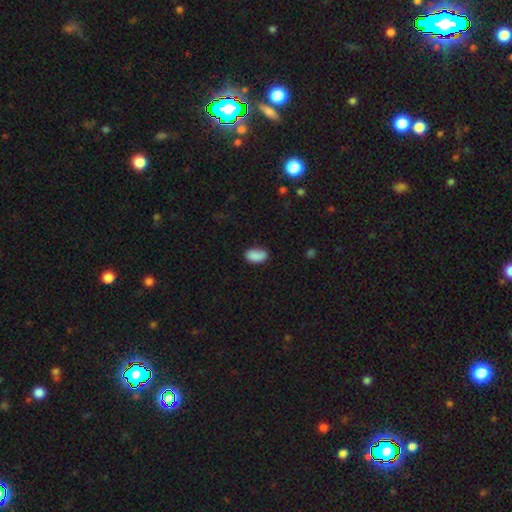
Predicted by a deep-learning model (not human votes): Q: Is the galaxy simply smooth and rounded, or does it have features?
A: smooth — 88%.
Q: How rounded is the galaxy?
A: in between — 93%.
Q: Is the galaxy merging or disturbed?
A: none — 74%.